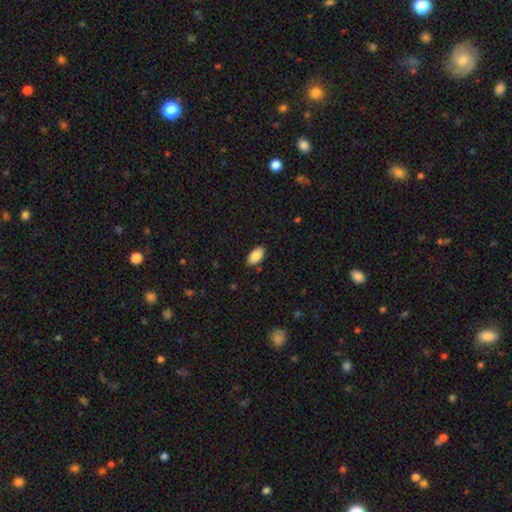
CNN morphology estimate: Q: Smooth or featured?
A: smooth (86%); runner-up: star or artifact (7%)
Q: How rounded?
A: in between (94%); runner-up: round (4%)
Q: Merging?
A: none (87%); runner-up: minor disturbance (10%)